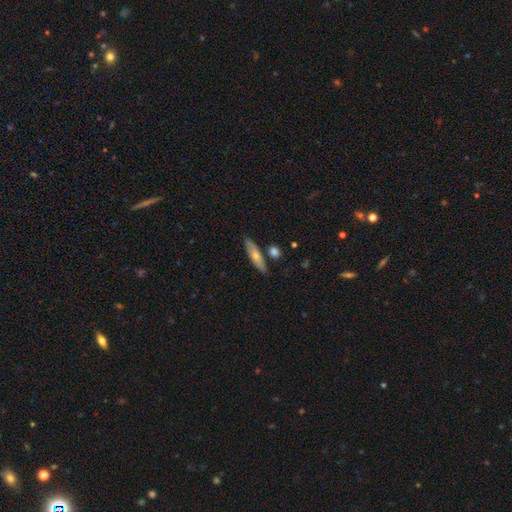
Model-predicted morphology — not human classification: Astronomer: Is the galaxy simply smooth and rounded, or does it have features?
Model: smooth — 49% (runner-up: featured or disk, 44%).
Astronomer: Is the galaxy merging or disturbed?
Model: none — 81%.